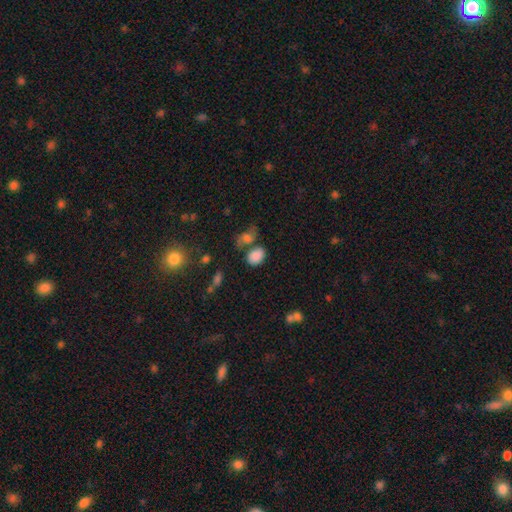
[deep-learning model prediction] This is clearly a smooth galaxy (83%). How rounded: likely in between (71%). Merging: possibly none (58%).